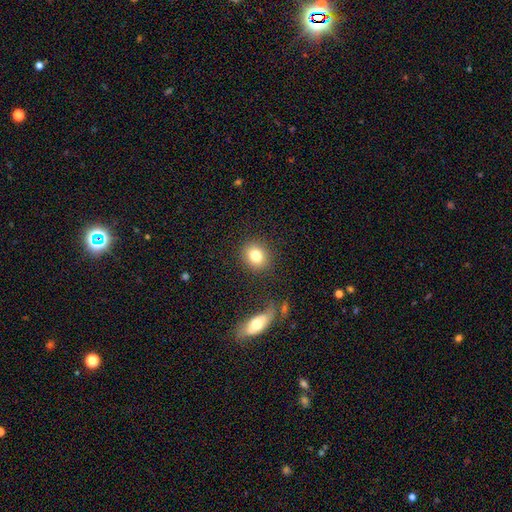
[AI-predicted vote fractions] A smooth galaxy with no disk features (81%) that is round (73%).

Vote fractions:
- Smooth or featured? smooth: 81% / star or artifact: 10% / featured or disk: 9%
- How rounded? round: 73% / in between: 26% / cigar-shaped: 1%
- Merging? none: 85% / minor disturbance: 8% / major disturbance: 3% / merger: 3%